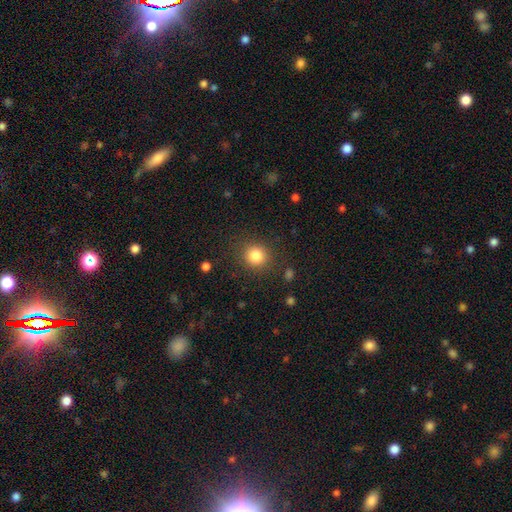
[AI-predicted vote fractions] A smooth galaxy with no disk features (83%) that is round (88%).

Vote fractions:
- Smooth or featured? smooth: 83% / star or artifact: 11% / featured or disk: 6%
- How rounded? round: 88% / in between: 11% / cigar-shaped: 1%
- Merging? none: 87% / minor disturbance: 8% / major disturbance: 3% / merger: 1%